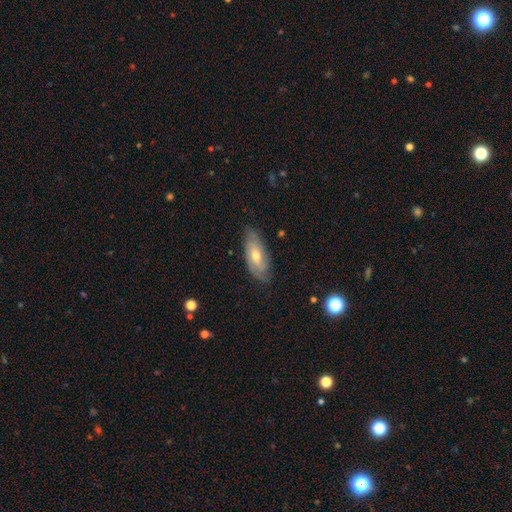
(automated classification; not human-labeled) Smooth or featured: featured or disk — 53% (smooth — 40%)
Edge-on disk: no — 78% (yes — 22%)
Merging: none — 77% (minor disturbance — 18%)